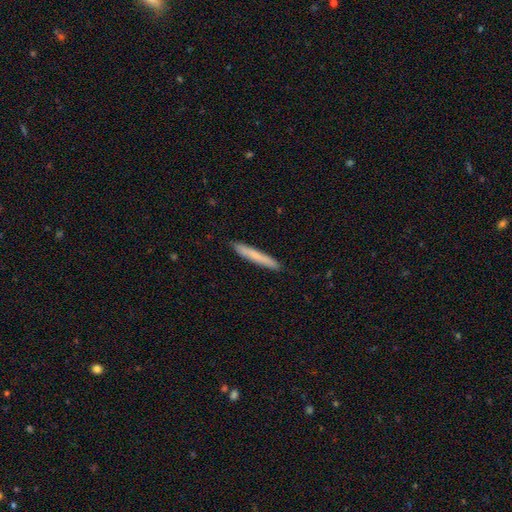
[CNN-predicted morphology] A smooth galaxy with no disk features (73%) that is cigar-shaped (96%).

Vote fractions:
- Smooth or featured? smooth: 73% / featured or disk: 21% / star or artifact: 6%
- How rounded? cigar-shaped: 96% / in between: 3% / round: 1%
- Merging? none: 91% / minor disturbance: 7% / major disturbance: 1% / merger: 1%